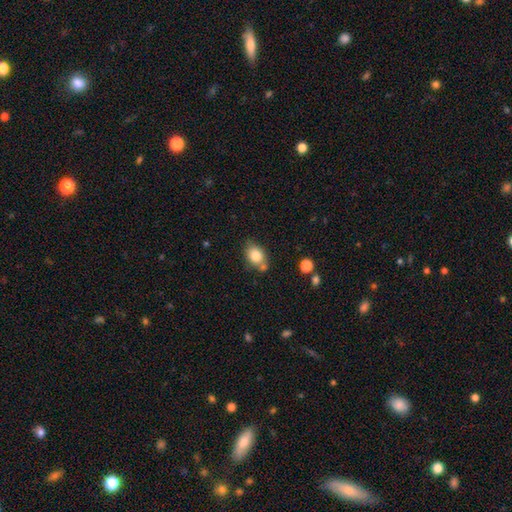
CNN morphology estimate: Smooth or featured?
  - smooth: 80% *
  - featured or disk: 10%
  - star or artifact: 9%
How rounded?
  - in between: 63% *
  - round: 35%
  - cigar-shaped: 1%
Merging?
  - none: 62% *
  - minor disturbance: 18%
  - merger: 15%
  - major disturbance: 4%